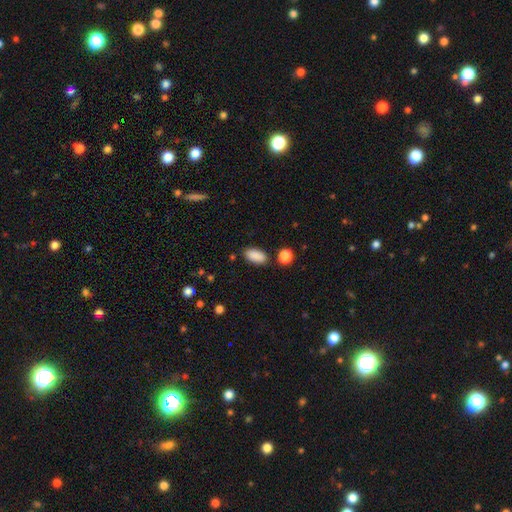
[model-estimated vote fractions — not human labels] Q: Smooth or featured?
A: smooth (89%); runner-up: star or artifact (7%)
Q: How rounded?
A: in between (92%); runner-up: cigar-shaped (5%)
Q: Merging?
A: none (85%); runner-up: minor disturbance (9%)